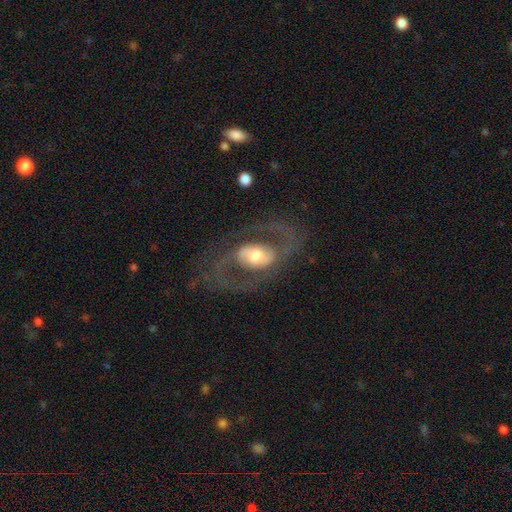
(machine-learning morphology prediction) Overall: featured or disk (78%). Edge-on disk: no (95%). Bar: no (45%; weak 35%). Spiral arms: yes (75%). Spiral arm count: 2 (86%). Spiral winding: medium (53%; loose 25%). Bulge size: moderate (61%; large 25%). Merging: none (70%).